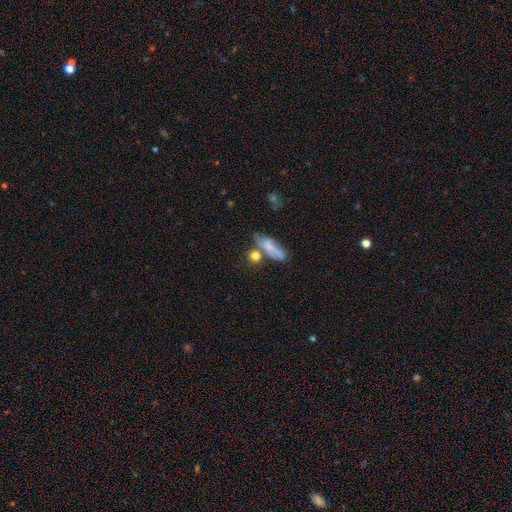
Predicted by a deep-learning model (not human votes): This is likely a smooth galaxy (75%). How rounded: possibly round (57%). Merging: possibly none (55%).